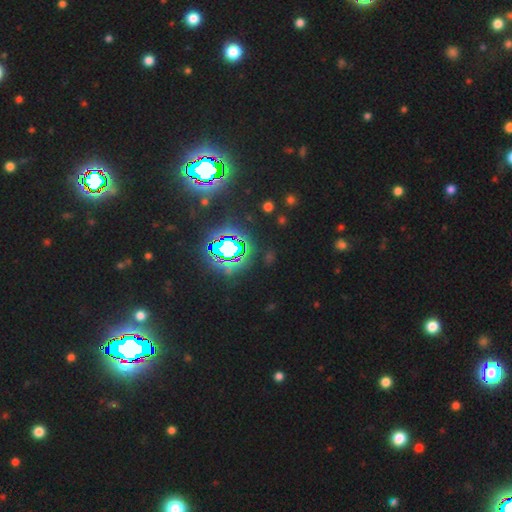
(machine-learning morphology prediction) Smooth or featured: star or artifact — 83% (smooth — 10%)